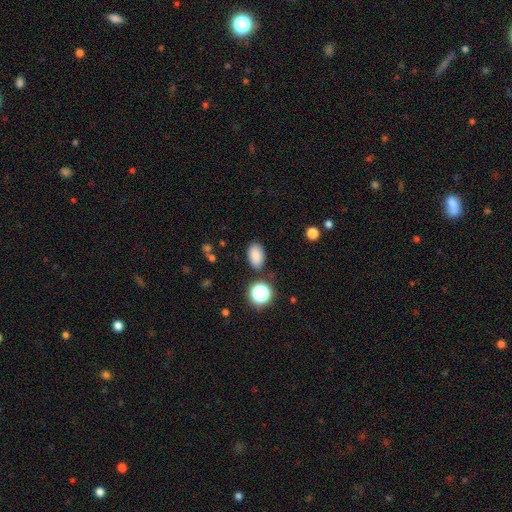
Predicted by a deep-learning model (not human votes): Smooth or featured? Predicted: smooth (p=0.83). How rounded? Predicted: in between (p=0.87). Merging? Predicted: none (p=0.82).